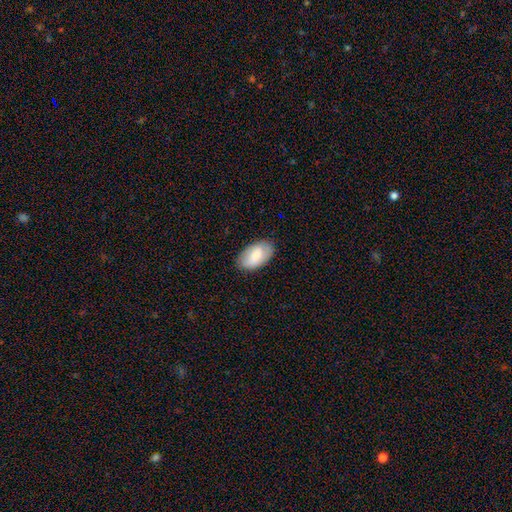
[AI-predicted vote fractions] A smooth galaxy with no disk features (81%) that is in between round and cigar-shaped (95%). Merging: none (84%).